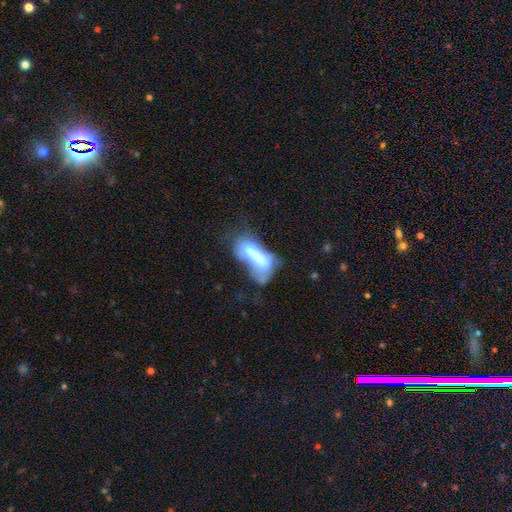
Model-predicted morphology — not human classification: Overall: smooth (59%; featured or disk 32%). How rounded: in between (68%; cigar-shaped 29%). Merging: merger (38%; major disturbance 27%).